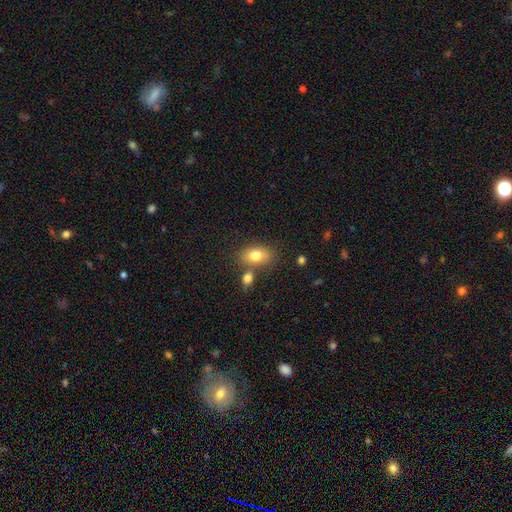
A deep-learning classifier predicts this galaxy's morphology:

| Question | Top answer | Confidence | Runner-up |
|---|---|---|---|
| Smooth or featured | smooth | 78% | featured or disk (13%) |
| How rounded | in between | 83% | round (15%) |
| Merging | none | 63% | merger (19%) |